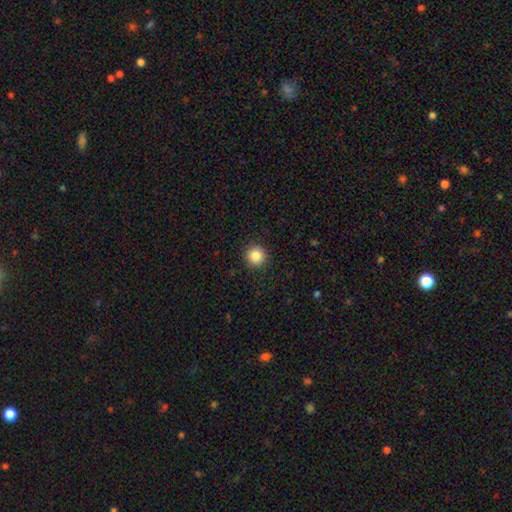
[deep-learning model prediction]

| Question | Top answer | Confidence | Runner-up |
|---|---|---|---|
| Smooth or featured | smooth | 87% | star or artifact (10%) |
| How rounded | round | 95% | in between (4%) |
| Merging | none | 92% | minor disturbance (5%) |